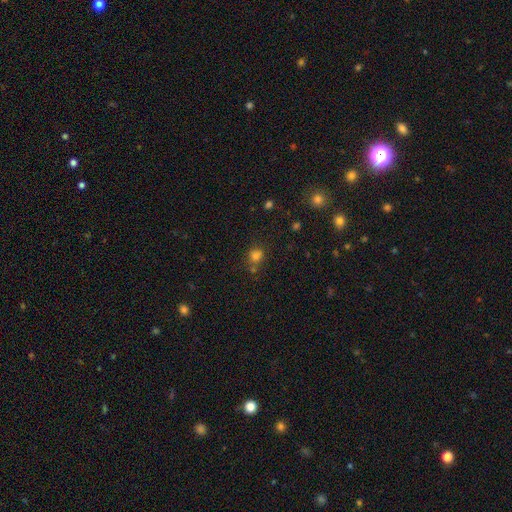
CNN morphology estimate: Smooth or featured?
  - smooth: 72% *
  - star or artifact: 19%
  - featured or disk: 8%
How rounded?
  - round: 76% *
  - in between: 23%
  - cigar-shaped: 1%
Merging?
  - none: 59% *
  - merger: 20%
  - minor disturbance: 15%
  - major disturbance: 6%